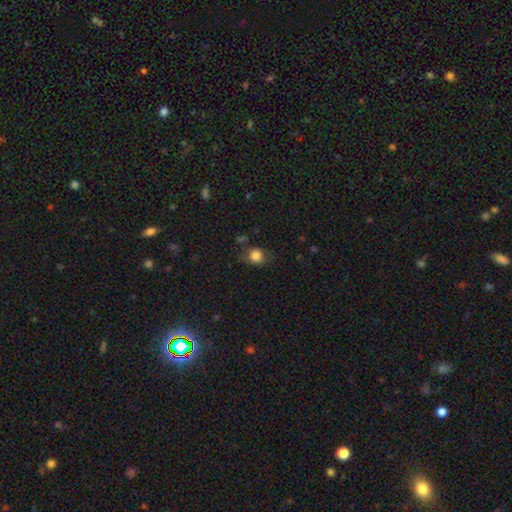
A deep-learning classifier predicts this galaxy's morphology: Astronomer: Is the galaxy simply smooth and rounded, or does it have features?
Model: smooth — 83%.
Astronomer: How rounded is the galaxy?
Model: round — 76%.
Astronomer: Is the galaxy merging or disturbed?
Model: none — 69%.